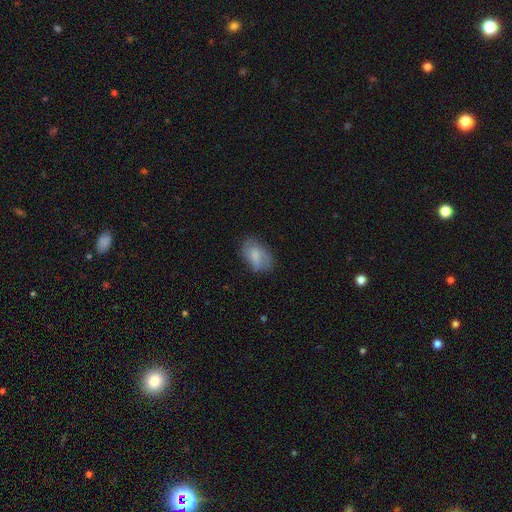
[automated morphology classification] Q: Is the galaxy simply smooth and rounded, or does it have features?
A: smooth — 66%.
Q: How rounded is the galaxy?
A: in between — 89%.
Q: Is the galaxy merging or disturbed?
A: none — 59%.